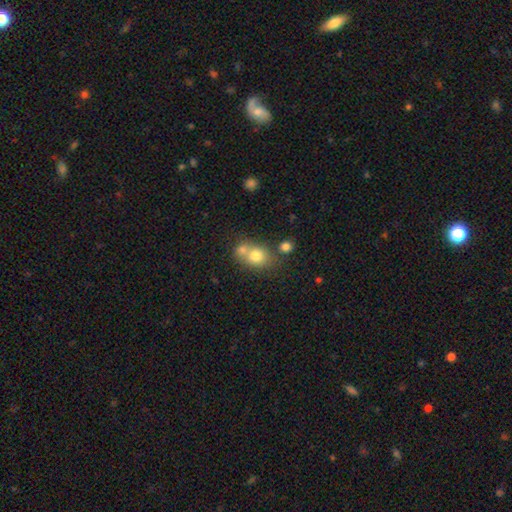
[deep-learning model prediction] This appears to be a smooth galaxy with no disk features (76%) that is round (61%). Merging: none (44%).